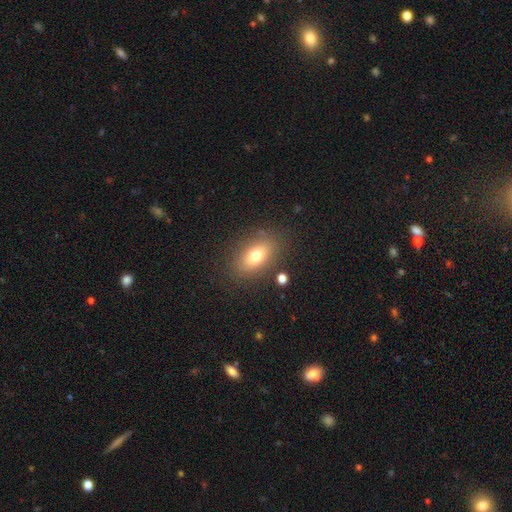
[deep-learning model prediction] A smooth galaxy with no disk features (73%) that is in between round and cigar-shaped (83%). Merging: none (82%).